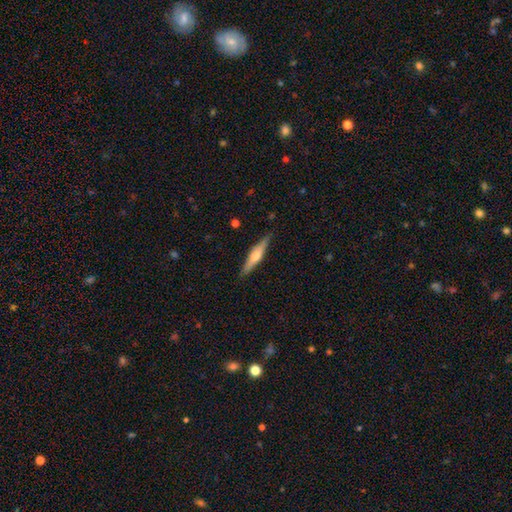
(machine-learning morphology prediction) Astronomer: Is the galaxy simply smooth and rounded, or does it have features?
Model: featured or disk — 55% (runner-up: smooth, 40%).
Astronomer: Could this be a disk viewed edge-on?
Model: yes — 96%.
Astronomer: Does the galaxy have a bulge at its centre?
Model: rounded — 84%.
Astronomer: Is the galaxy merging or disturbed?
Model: none — 88%.